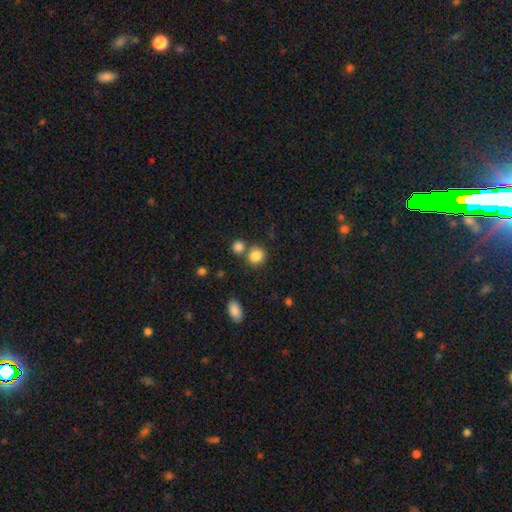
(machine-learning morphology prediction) Q: Smooth or featured?
A: smooth (85%); runner-up: star or artifact (10%)
Q: How rounded?
A: round (79%); runner-up: in between (20%)
Q: Merging?
A: none (64%); runner-up: merger (23%)